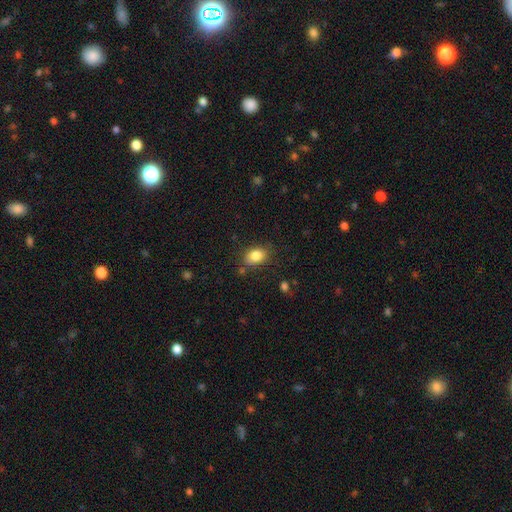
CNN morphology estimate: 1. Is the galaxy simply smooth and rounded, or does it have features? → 84% smooth, 9% star or artifact, 7% featured or disk.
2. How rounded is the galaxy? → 77% in between, 21% round, 1% cigar-shaped.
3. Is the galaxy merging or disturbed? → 78% none, 15% minor disturbance, 4% major disturbance, 3% merger.